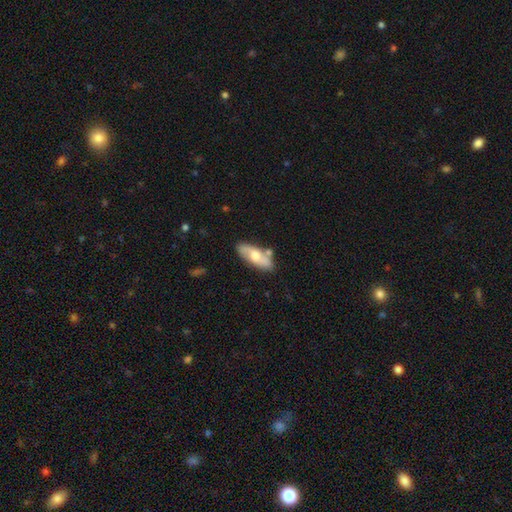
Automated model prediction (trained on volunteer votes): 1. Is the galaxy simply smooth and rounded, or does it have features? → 51% smooth, 43% featured or disk, 6% star or artifact.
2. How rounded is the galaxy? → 70% in between, 27% cigar-shaped, 3% round.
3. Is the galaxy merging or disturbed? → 72% none, 15% minor disturbance, 10% merger, 3% major disturbance.